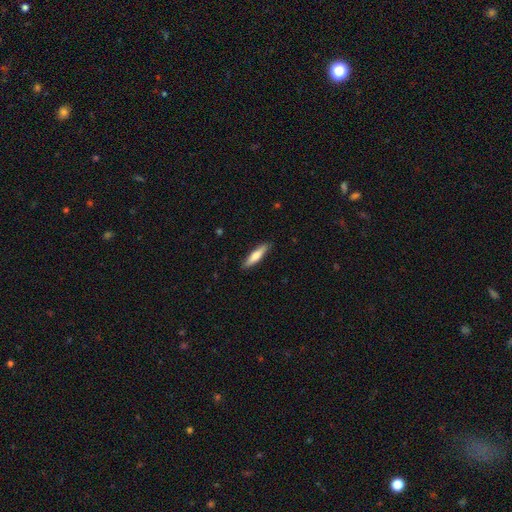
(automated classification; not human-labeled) smooth-or-featured: smooth: 67% | featured or disk: 28% | star or artifact: 5%
  how-rounded: cigar-shaped: 79% | in between: 19% | round: 1%
  merging: none: 89% | minor disturbance: 8% | major disturbance: 2% | merger: 1%